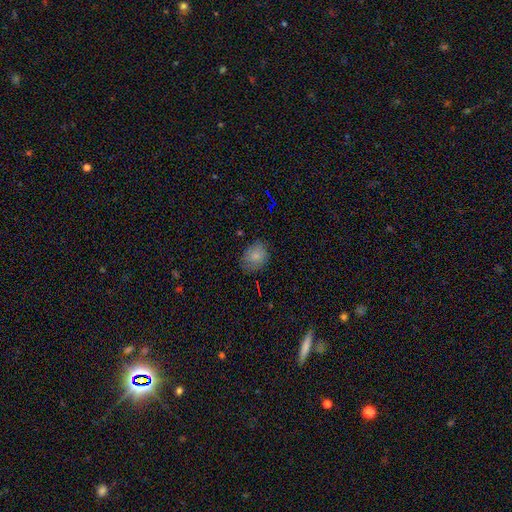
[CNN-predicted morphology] Smooth or featured? smooth (77%)
How rounded? in between (61%)
Merging? none (72%)